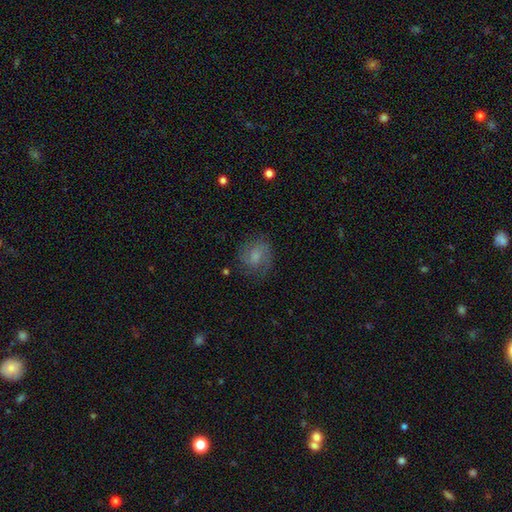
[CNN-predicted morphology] This is possibly a featured or disk galaxy (57%). It is clearly not viewed edge-on (97%). Bar: possibly no (54%). Spiral arm pattern: clearly yes (90%). Central bulge: marginally small (41%). Merging: likely none (73%).